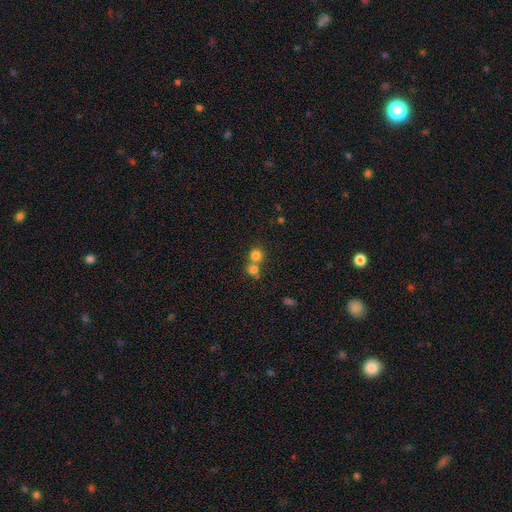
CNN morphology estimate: Smooth or featured? smooth (79%)
How rounded? round (89%)
Merging? none (50%)